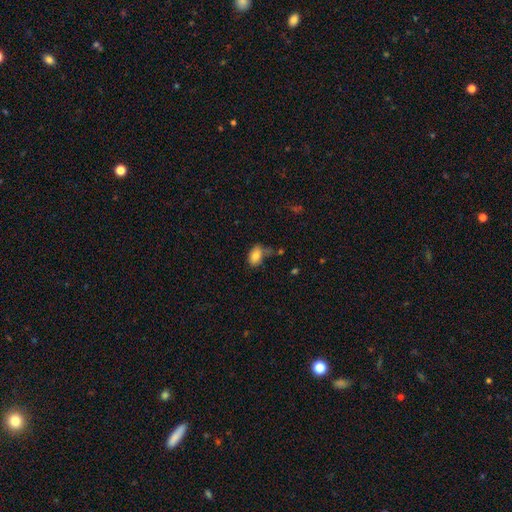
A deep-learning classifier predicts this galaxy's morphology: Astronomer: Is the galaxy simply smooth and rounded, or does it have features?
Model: smooth — 81%.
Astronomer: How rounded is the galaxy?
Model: in between — 89%.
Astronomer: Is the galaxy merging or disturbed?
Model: none — 57%.